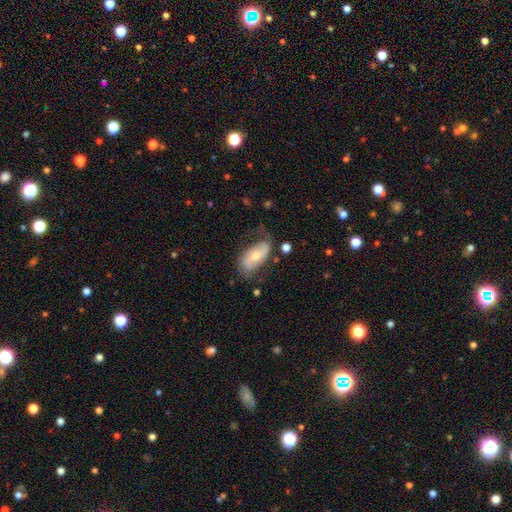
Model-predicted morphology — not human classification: smooth_or_featured: featured or disk (p=0.58) [alt: smooth p=0.36]
disk_edge_on: no (p=0.91) [alt: yes p=0.09]
bar: no (p=0.56) [alt: weak p=0.31]
has_spiral_arms: yes (p=0.78) [alt: no p=0.22]
bulge_size: moderate (p=0.60) [alt: small p=0.33]
merging: none (p=0.59) [alt: minor disturbance p=0.26]